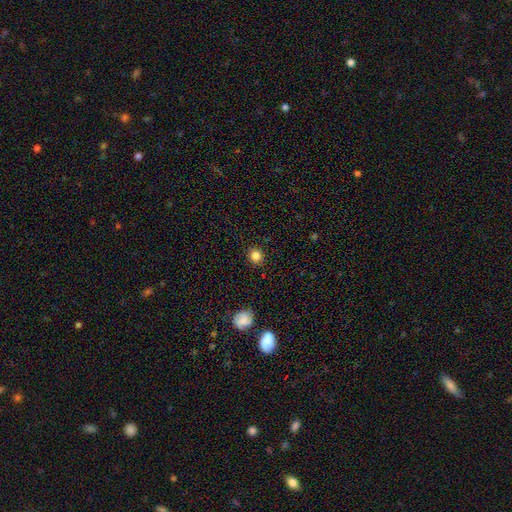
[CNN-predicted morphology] This appears to be a smooth galaxy with no disk features (83%) that is round (87%). Merging: none (90%).